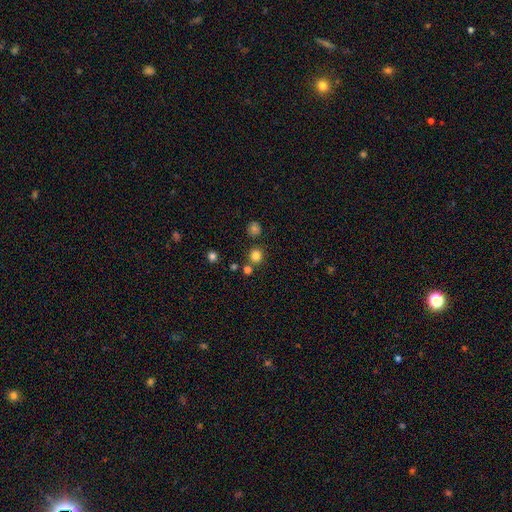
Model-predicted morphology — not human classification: This is likely a smooth galaxy (80%). How rounded: clearly round (91%). Merging: clearly none (81%).